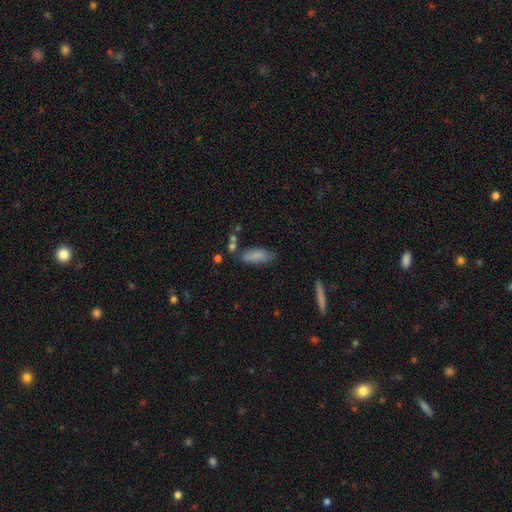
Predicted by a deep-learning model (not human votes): Smooth or featured: smooth — 84% (featured or disk — 9%)
How rounded: in between — 69% (cigar-shaped — 29%)
Merging: none — 68% (minor disturbance — 21%)